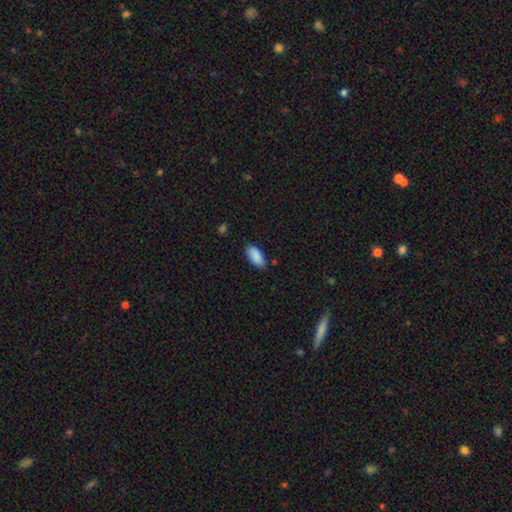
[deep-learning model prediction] Morphology: type=smooth (89%); roundness=in between (91%); merging=none (82%).